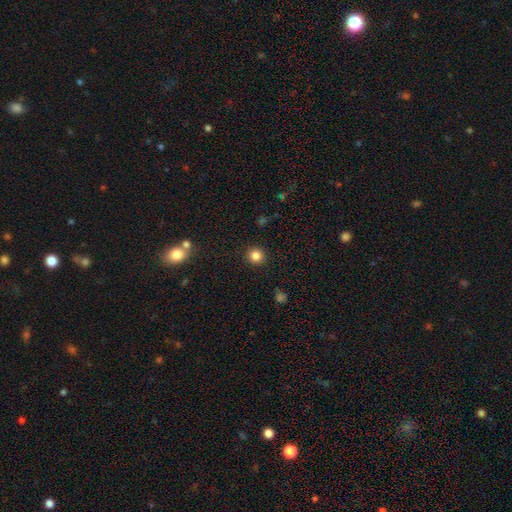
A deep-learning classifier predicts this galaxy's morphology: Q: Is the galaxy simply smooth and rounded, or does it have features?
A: smooth — 83%.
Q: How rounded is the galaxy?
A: round — 94%.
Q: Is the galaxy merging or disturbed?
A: none — 92%.